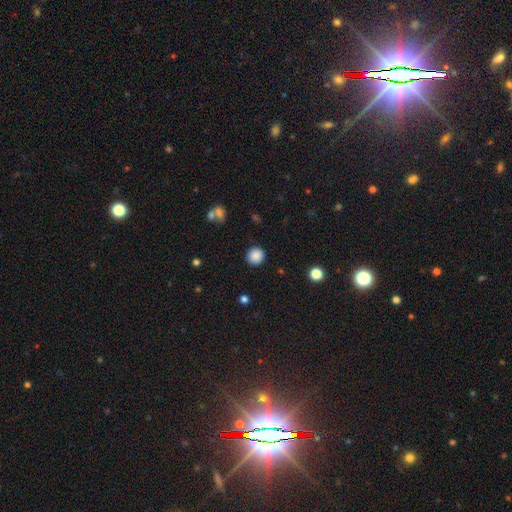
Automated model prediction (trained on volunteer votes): Overall: smooth (87%). How rounded: round (92%). Merging: none (90%).